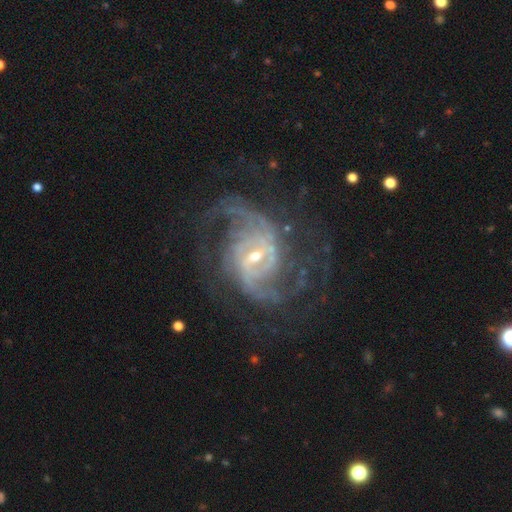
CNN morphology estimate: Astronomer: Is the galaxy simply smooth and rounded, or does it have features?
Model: featured or disk — 92%.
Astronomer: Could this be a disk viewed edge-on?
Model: no — 97%.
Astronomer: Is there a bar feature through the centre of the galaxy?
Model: weak — 51% (runner-up: strong, 31%).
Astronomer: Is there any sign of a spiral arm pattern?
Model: yes — 98%.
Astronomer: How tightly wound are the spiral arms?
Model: medium — 48% (runner-up: tight, 33%).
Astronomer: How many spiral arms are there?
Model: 2 — 38% (runner-up: can't tell, 19%).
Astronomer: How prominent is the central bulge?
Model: small — 56% (runner-up: moderate, 39%).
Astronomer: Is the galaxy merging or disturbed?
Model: none — 66%.